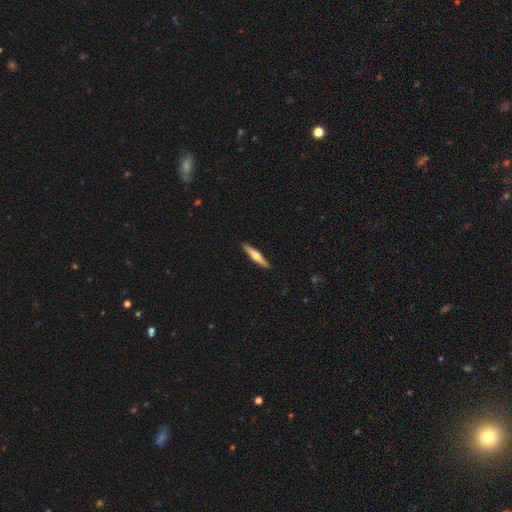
featured or disk 62%, smooth 32%, star or artifact 5%. Down the decision tree: edge-on disk — yes (96%); edge-on bulge — rounded (100%); merging — none (91%).